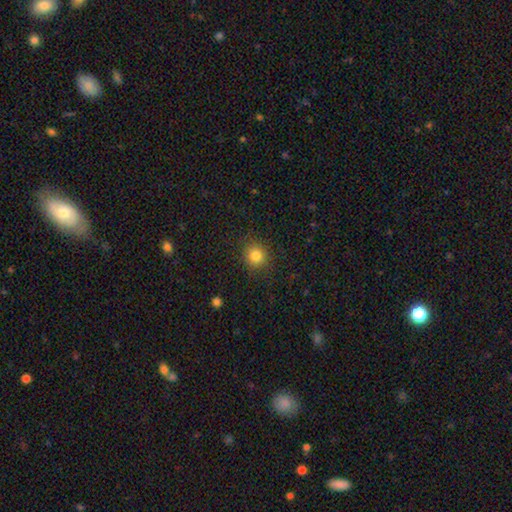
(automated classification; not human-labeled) Overall: smooth (82%). How rounded: round (85%). Merging: none (88%).